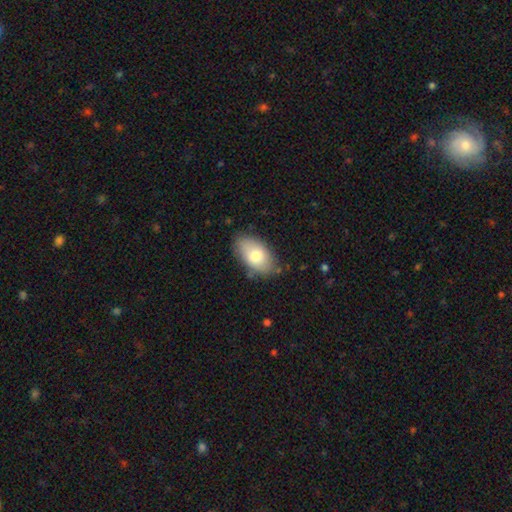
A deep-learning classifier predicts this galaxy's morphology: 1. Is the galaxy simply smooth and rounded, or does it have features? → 75% smooth, 18% featured or disk, 7% star or artifact.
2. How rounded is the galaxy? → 93% in between, 5% round, 2% cigar-shaped.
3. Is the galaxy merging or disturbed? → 78% none, 17% minor disturbance, 4% major disturbance, 2% merger.